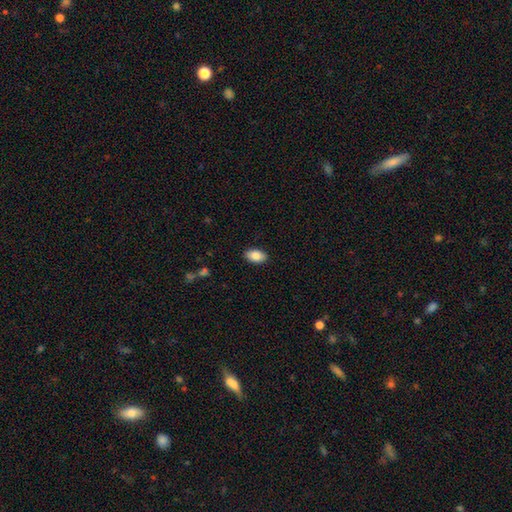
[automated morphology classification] type=smooth (85%); roundness=in between (92%); merging=none (89%).